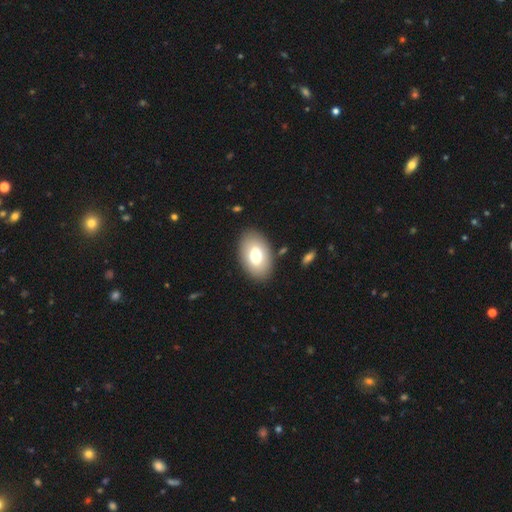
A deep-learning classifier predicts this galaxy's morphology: smooth 71%, featured or disk 22%, star or artifact 7%. Down the decision tree: how rounded — in between (91%); merging — none (87%).